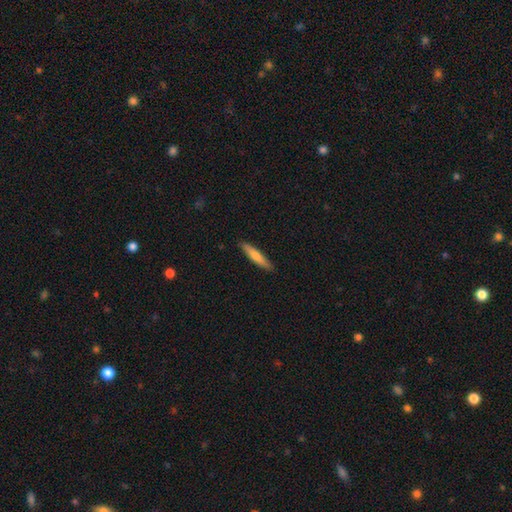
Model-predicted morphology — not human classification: smooth 69%, featured or disk 26%, star or artifact 5%. Down the decision tree: how rounded — cigar-shaped (89%); merging — none (90%).